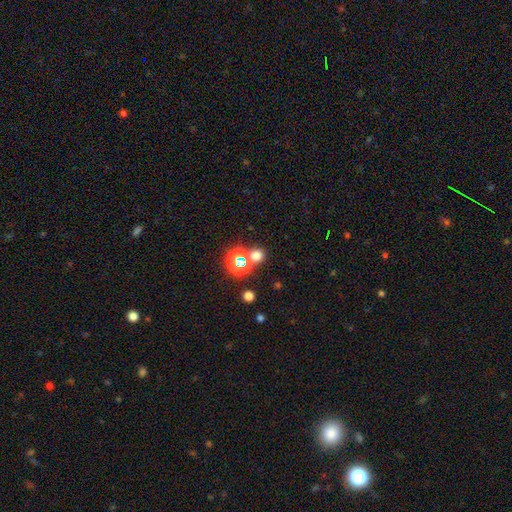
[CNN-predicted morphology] Overall: smooth (61%; star or artifact 32%). How rounded: round (87%). Merging: none (70%).